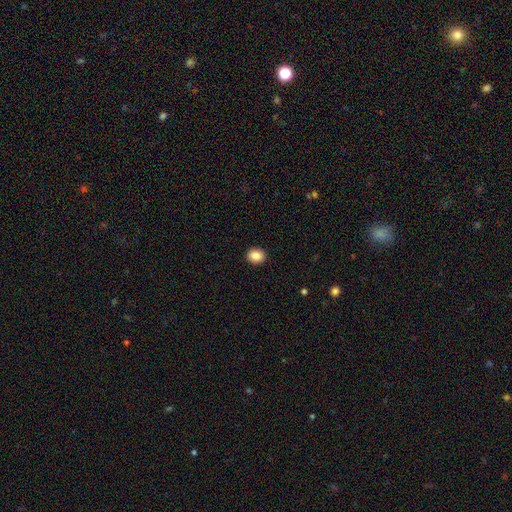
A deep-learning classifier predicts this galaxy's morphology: type=smooth (87%); roundness=round (56%); merging=none (92%).